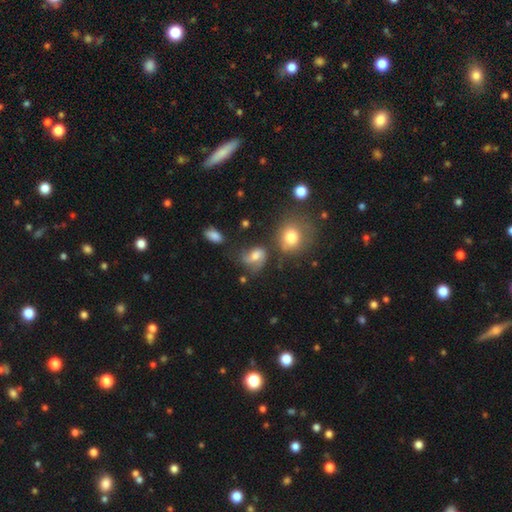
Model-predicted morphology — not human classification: smooth-or-featured: smooth: 44% | featured or disk: 43% | star or artifact: 13%
  merging: none: 38% | major disturbance: 26% | minor disturbance: 24% | merger: 12%